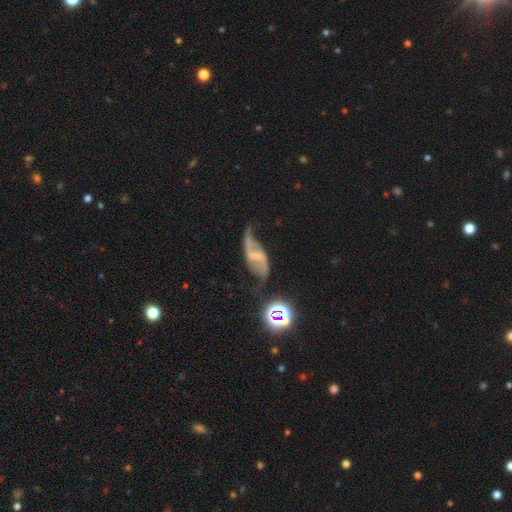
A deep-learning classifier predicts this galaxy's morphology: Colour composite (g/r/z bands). It shows a featured or disk galaxy (76%) with a weak bar (42%), 2 (89%) loose (80%) spiral arms (90%) and no central bulge (49%). Merging: none (53%).